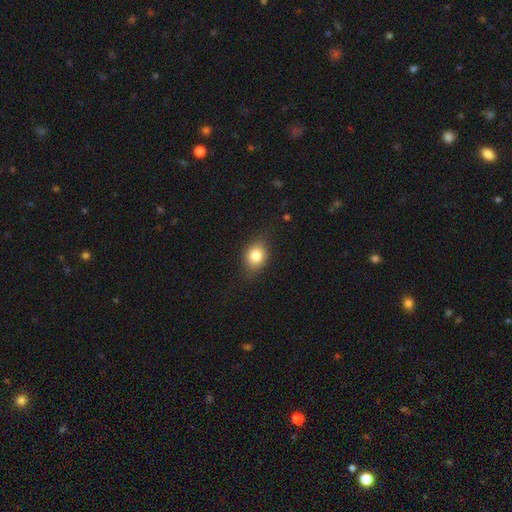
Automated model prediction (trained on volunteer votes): Q: Smooth or featured?
A: smooth (81%); runner-up: star or artifact (10%)
Q: How rounded?
A: in between (51%); runner-up: round (47%)
Q: Merging?
A: none (78%); runner-up: minor disturbance (17%)